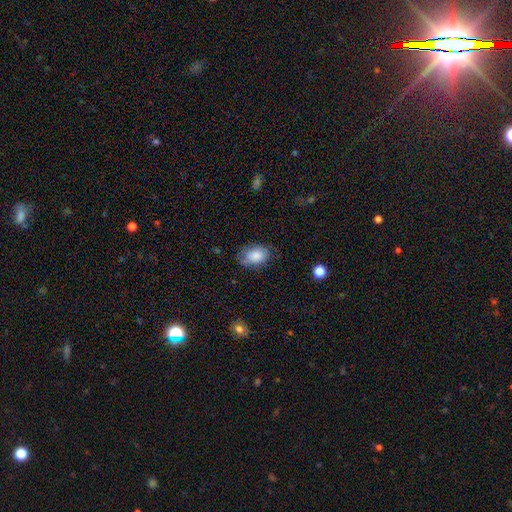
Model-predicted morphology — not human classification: smooth_or_featured: smooth (p=0.84) [alt: featured or disk p=0.09]
how_rounded: in between (p=0.85) [alt: round p=0.14]
merging: none (p=0.69) [alt: minor disturbance p=0.23]